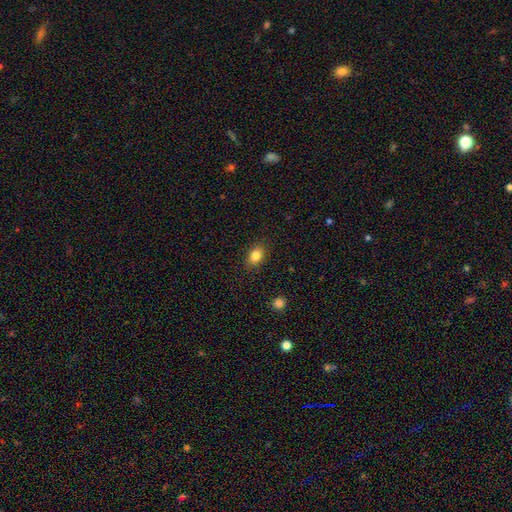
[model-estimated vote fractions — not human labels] smooth-or-featured: smooth: 84% | star or artifact: 9% | featured or disk: 7%
  how-rounded: in between: 73% | round: 25% | cigar-shaped: 1%
  merging: none: 87% | minor disturbance: 9% | major disturbance: 2% | merger: 1%